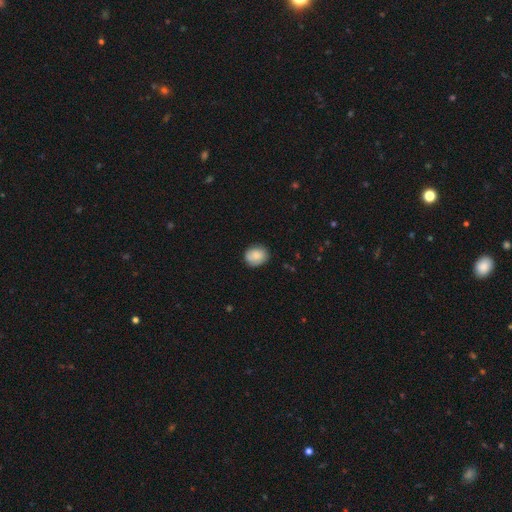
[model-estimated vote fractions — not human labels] Q: Smooth or featured?
A: smooth (84%); runner-up: featured or disk (8%)
Q: How rounded?
A: round (63%); runner-up: in between (37%)
Q: Merging?
A: none (80%); runner-up: minor disturbance (16%)